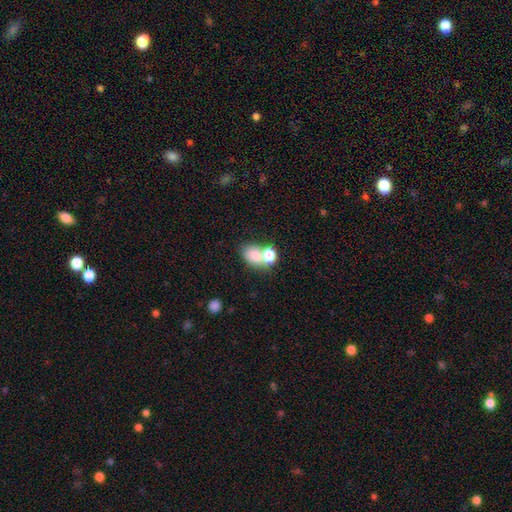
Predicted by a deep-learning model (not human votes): smooth-or-featured: smooth: 76% | featured or disk: 13% | star or artifact: 11%
  how-rounded: in between: 68% | round: 31% | cigar-shaped: 1%
  merging: merger: 50% | none: 35% | minor disturbance: 9% | major disturbance: 5%